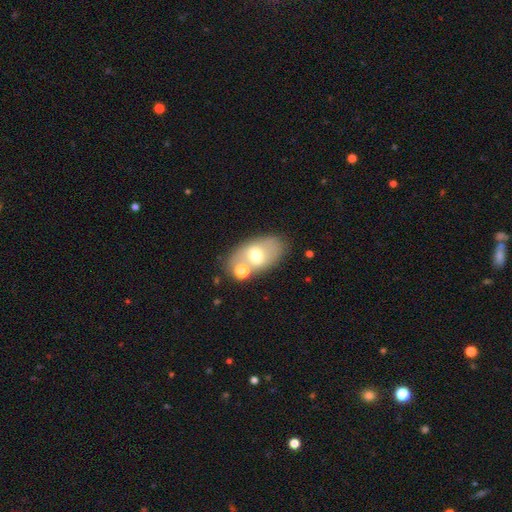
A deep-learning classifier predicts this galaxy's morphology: Overall: smooth (59%; featured or disk 31%). How rounded: in between (89%). Merging: none (60%).